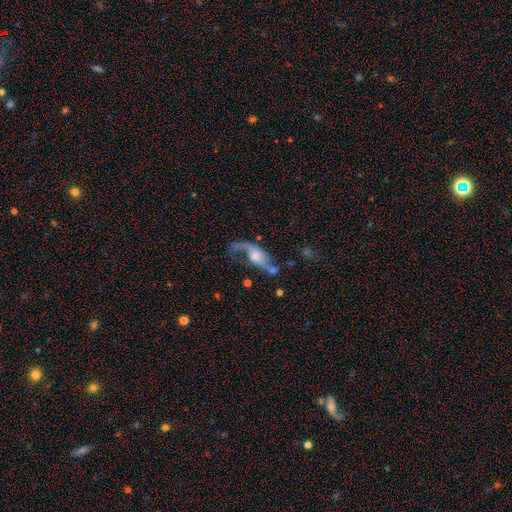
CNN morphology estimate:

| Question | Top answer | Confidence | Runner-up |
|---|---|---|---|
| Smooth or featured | featured or disk | 74% | smooth (18%) |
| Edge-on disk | no | 89% | yes (11%) |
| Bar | no | 61% | weak (30%) |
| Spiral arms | yes | 86% | no (14%) |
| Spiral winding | loose | 83% | medium (13%) |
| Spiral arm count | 2 | 80% | 1 (13%) |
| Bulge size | moderate | 44% | small (27%) |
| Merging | none | 42% | major disturbance (27%) |